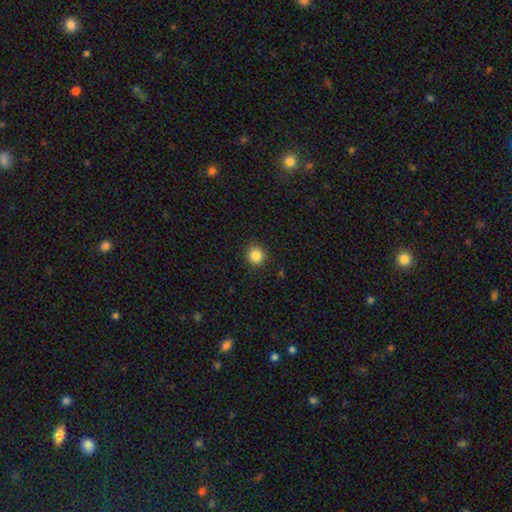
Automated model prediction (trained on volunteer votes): A smooth galaxy with no disk features (85%) that is round (93%). Merging: none (91%).